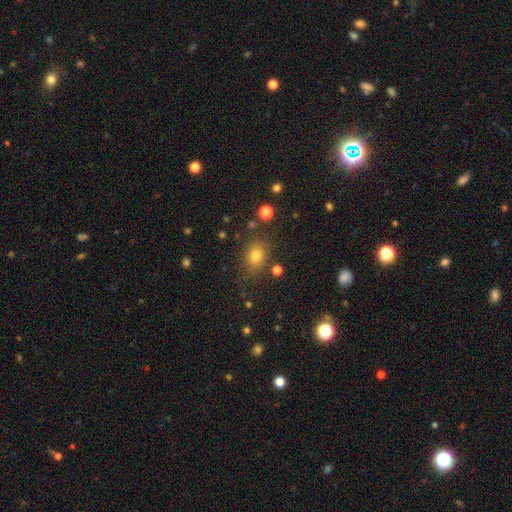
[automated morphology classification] Q: Smooth or featured?
A: smooth (75%); runner-up: star or artifact (16%)
Q: How rounded?
A: in between (53%); runner-up: round (45%)
Q: Merging?
A: none (80%); runner-up: minor disturbance (12%)